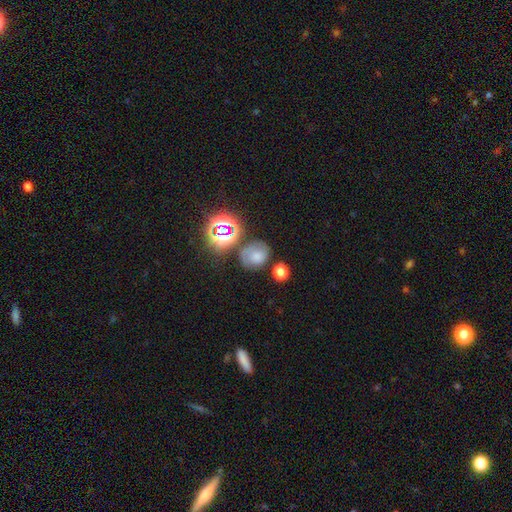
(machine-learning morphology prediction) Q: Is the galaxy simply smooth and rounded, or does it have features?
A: smooth — 53%.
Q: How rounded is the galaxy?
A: round — 63%.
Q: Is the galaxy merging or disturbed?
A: none — 57%.